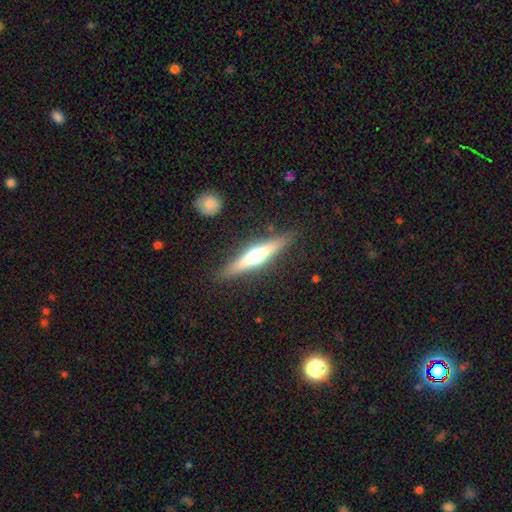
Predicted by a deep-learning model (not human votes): Smooth or featured? Predicted: featured or disk (p=0.61). Edge-on disk? Predicted: yes (p=0.95). Edge-on bulge? Predicted: rounded (p=0.90). Merging? Predicted: none (p=0.87).